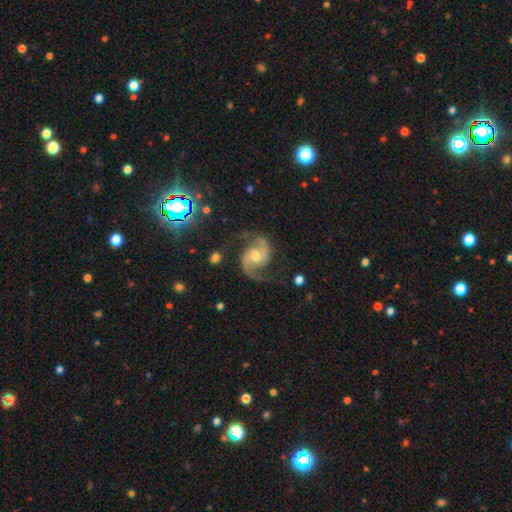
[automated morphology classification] smooth_or_featured: featured or disk (p=0.91) [alt: star or artifact p=0.05]
disk_edge_on: no (p=0.98) [alt: yes p=0.02]
bar: no (p=0.56) [alt: weak p=0.36]
has_spiral_arms: yes (p=0.98) [alt: no p=0.02]
spiral_winding: medium (p=0.58) [alt: loose p=0.28]
spiral_arm_count: 2 (p=0.94) [alt: can't tell p=0.02]
bulge_size: moderate (p=0.64) [alt: small p=0.27]
merging: none (p=0.77) [alt: minor disturbance p=0.15]